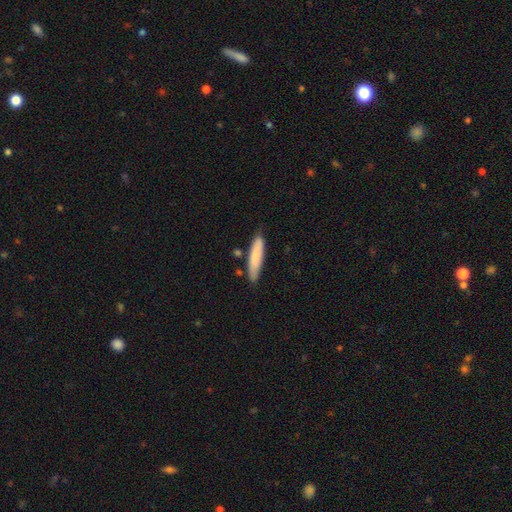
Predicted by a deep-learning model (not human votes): smooth 79%, featured or disk 16%, star or artifact 6%. Down the decision tree: how rounded — cigar-shaped (78%); merging — none (79%).